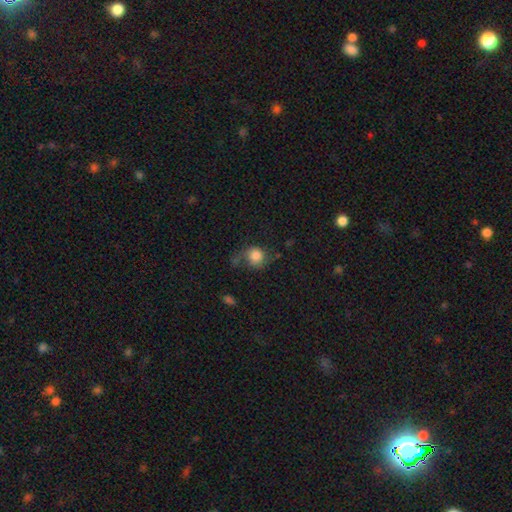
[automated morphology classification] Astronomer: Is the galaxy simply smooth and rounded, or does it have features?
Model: smooth — 65%.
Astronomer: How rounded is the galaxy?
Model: round — 81%.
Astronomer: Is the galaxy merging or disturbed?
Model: none — 49% (runner-up: minor disturbance, 26%).